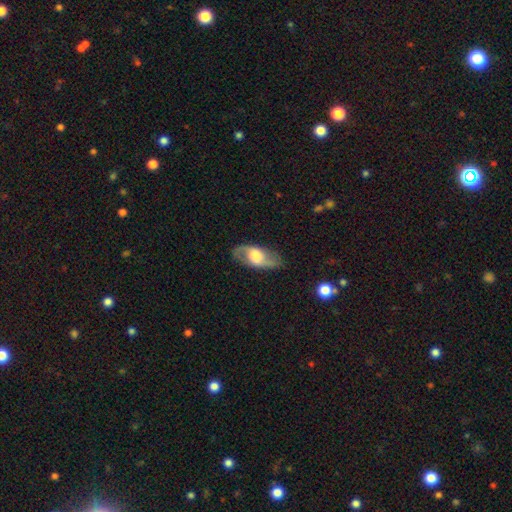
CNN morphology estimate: A featured or disk galaxy (67%) with no bar (56%), spiral arms (84%) and a large central bulge (42%). Merging: none (81%).